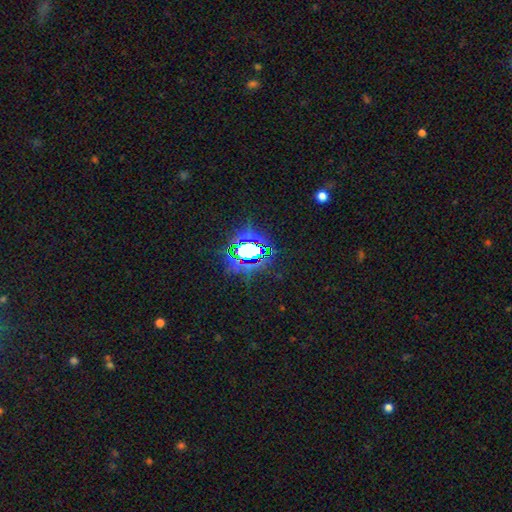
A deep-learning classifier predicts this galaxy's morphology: This appears to be a star or artifact, not a galaxy (78%).